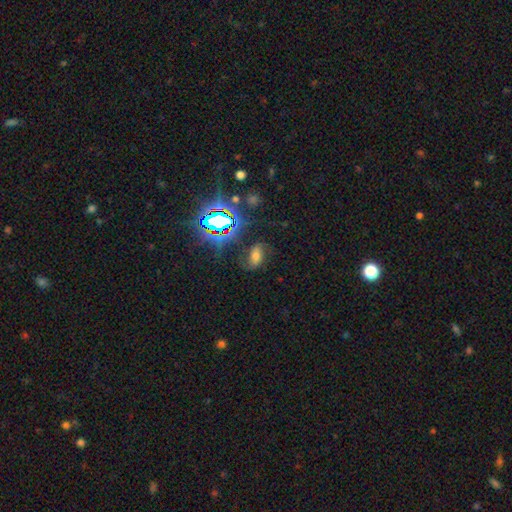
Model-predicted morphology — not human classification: Smooth or featured? Predicted: smooth (p=0.39). Merging? Predicted: none (p=0.67).